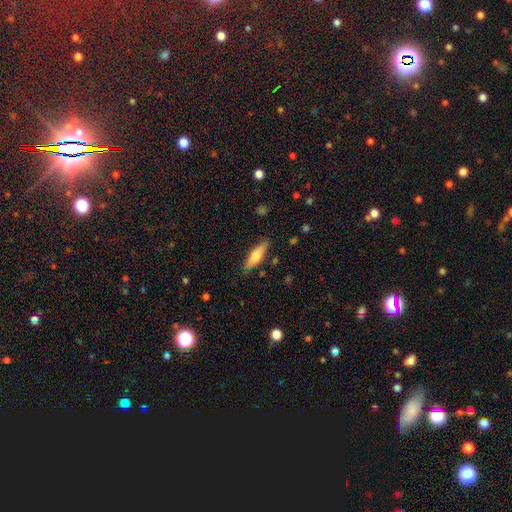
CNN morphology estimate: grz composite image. It shows a smooth galaxy with no disk features (70%) that is cigar-shaped (55%). Merging: none (85%).